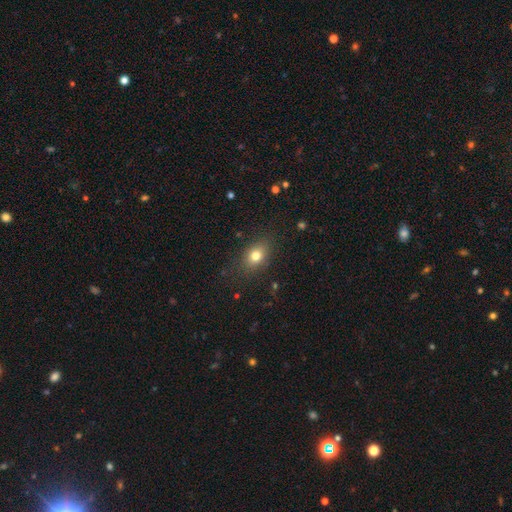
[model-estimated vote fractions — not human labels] A smooth galaxy with no disk features (77%) that is in between round and cigar-shaped (69%).

Vote fractions:
- Smooth or featured? smooth: 77% / star or artifact: 12% / featured or disk: 11%
- How rounded? in between: 69% / round: 29% / cigar-shaped: 2%
- Merging? none: 82% / minor disturbance: 13% / major disturbance: 4% / merger: 1%